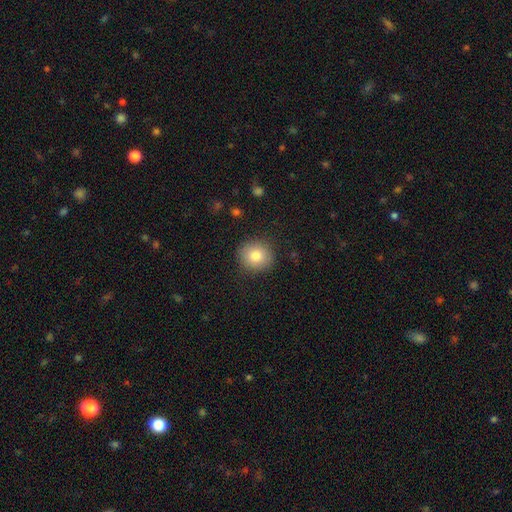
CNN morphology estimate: This is clearly a smooth galaxy (82%). How rounded: clearly round (84%). Merging: clearly none (88%).